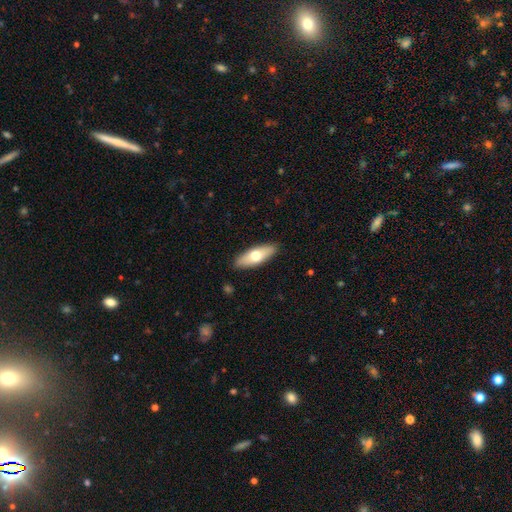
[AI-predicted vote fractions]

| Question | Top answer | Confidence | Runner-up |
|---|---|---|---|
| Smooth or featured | smooth | 62% | featured or disk (33%) |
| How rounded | in between | 64% | cigar-shaped (33%) |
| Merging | none | 89% | minor disturbance (8%) |